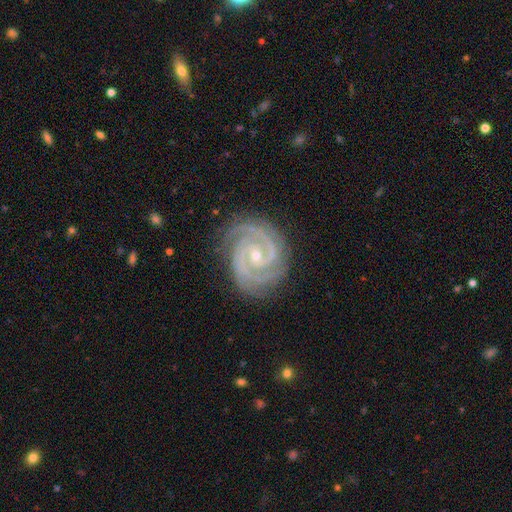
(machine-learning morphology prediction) Smooth or featured? featured or disk (94%)
Edge-on disk? no (98%)
Bar? no (54%)
Spiral arms? yes (99%)
Spiral winding? tight (81%)
Spiral arm count? 2 (69%)
Bulge size? small (69%)
Merging? none (83%)